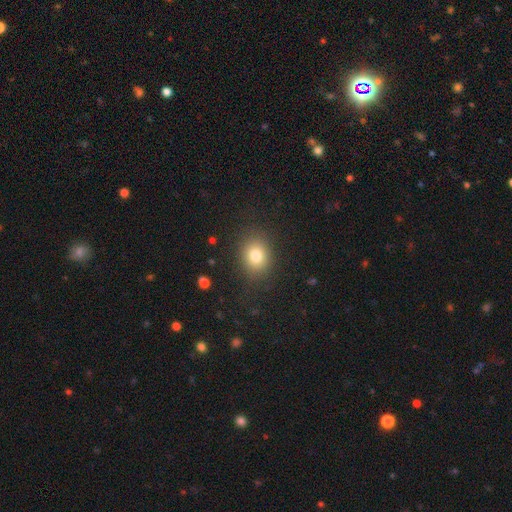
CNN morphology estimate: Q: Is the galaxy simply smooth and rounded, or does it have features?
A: smooth — 79%.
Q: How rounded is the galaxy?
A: round — 58%.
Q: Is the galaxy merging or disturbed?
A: none — 84%.